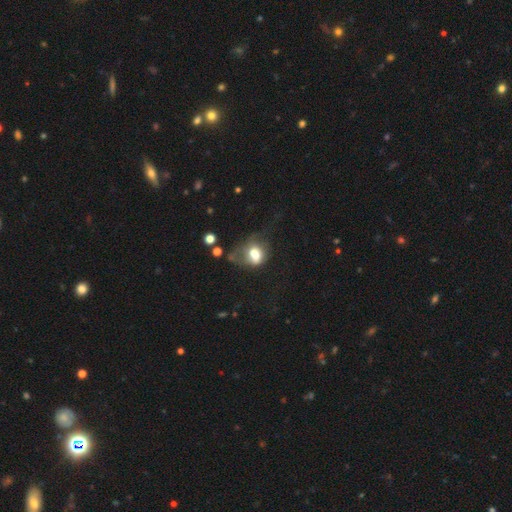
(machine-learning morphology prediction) This is likely a smooth galaxy (63%). How rounded: possibly in between (57%). Merging: possibly major disturbance (45%).